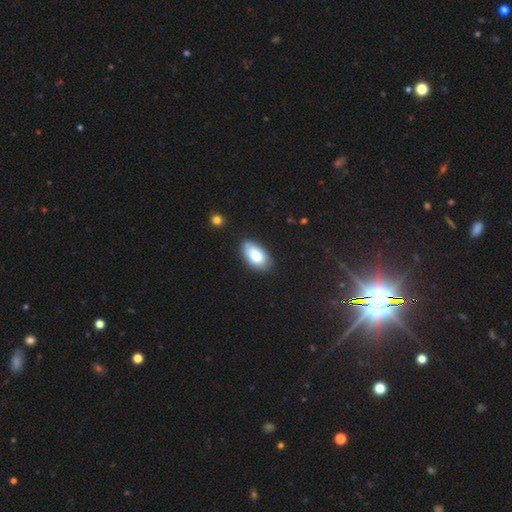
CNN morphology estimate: The model was most divided on "merging": none: 76%, minor disturbance: 19%, major disturbance: 4%, merger: 2%. More confident: how rounded — in between (94%); smooth or featured — smooth (79%).